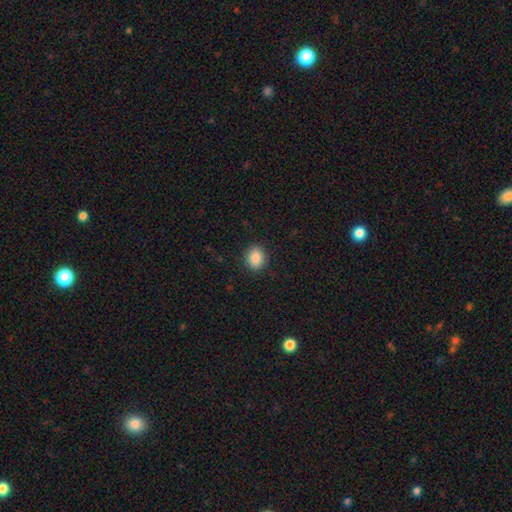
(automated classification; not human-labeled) This appears to be a smooth galaxy with no disk features (88%) that is round (63%). Merging: none (90%).